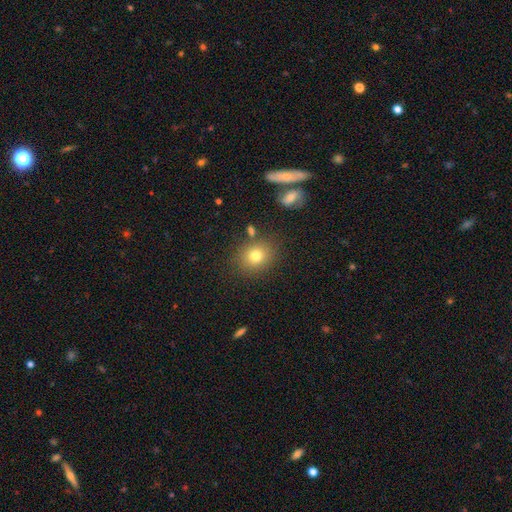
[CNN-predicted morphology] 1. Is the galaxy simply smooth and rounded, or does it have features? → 77% smooth, 13% star or artifact, 11% featured or disk.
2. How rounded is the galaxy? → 68% round, 31% in between, 1% cigar-shaped.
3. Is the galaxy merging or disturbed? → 80% none, 11% minor disturbance, 5% merger, 4% major disturbance.